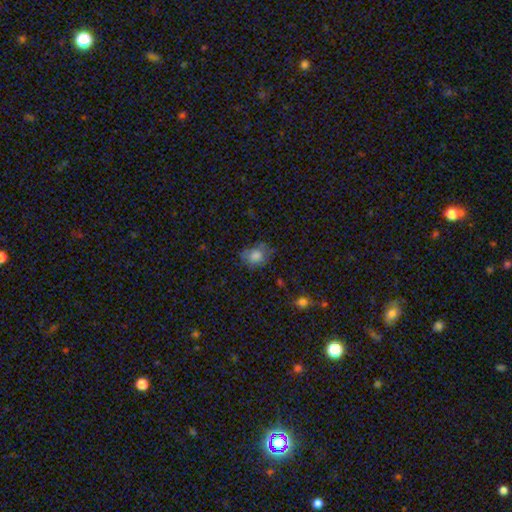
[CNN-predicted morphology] smooth_or_featured: smooth (p=0.79) [alt: star or artifact p=0.11]
how_rounded: in between (p=0.51) [alt: round p=0.48]
merging: none (p=0.62) [alt: minor disturbance p=0.26]